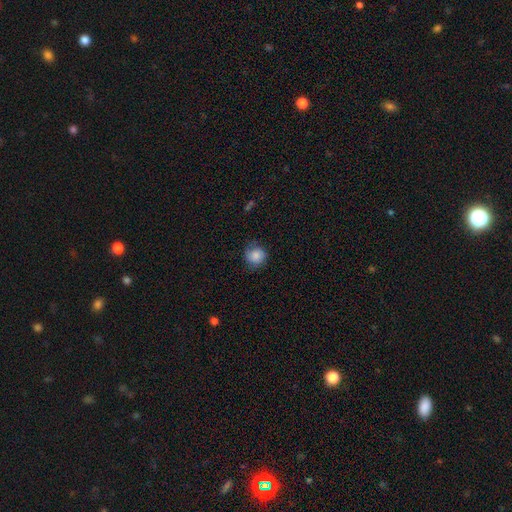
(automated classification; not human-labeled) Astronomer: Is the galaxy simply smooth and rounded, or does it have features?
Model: smooth — 81%.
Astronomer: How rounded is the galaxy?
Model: round — 85%.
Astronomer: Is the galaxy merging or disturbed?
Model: none — 69%.